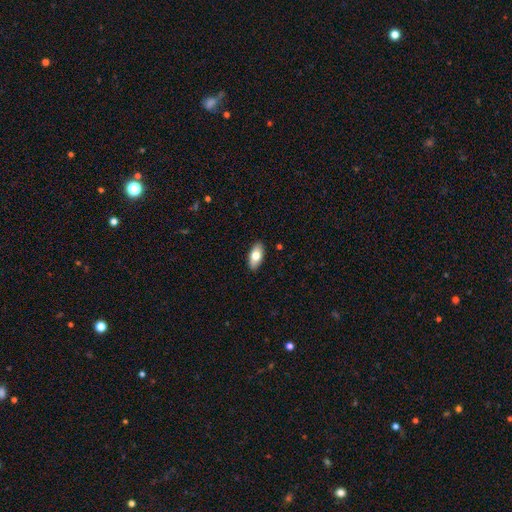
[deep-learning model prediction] Q: Smooth or featured?
A: smooth (74%); runner-up: featured or disk (20%)
Q: How rounded?
A: in between (90%); runner-up: cigar-shaped (7%)
Q: Merging?
A: none (89%); runner-up: minor disturbance (9%)